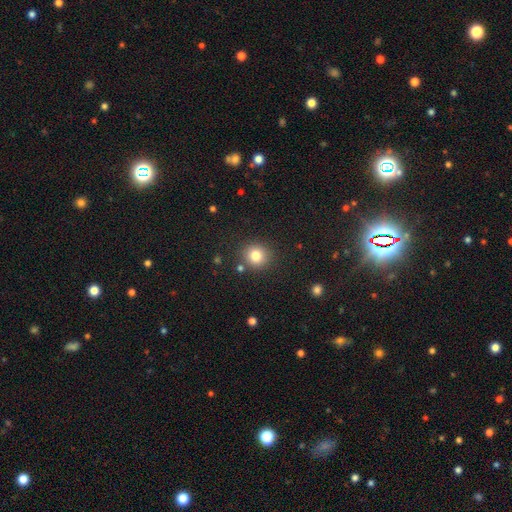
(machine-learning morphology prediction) smooth_or_featured: smooth (p=0.80) [alt: star or artifact p=0.12]
how_rounded: round (p=0.89) [alt: in between p=0.10]
merging: none (p=0.86) [alt: minor disturbance p=0.08]